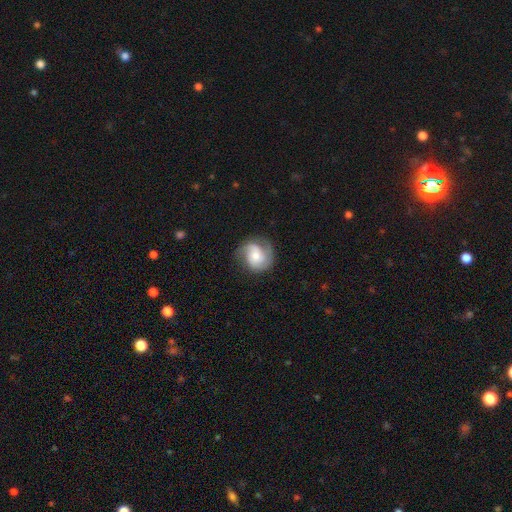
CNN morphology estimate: The model was most divided on "spiral winding": medium: 46%, tight: 35%, loose: 19%. Remaining: edge-on disk — no (98%); spiral arms — yes (95%); smooth or featured — featured or disk (72%); merging — none (71%); bar — no (62%); spiral arm count — 2 (58%); bulge size — moderate (49%).